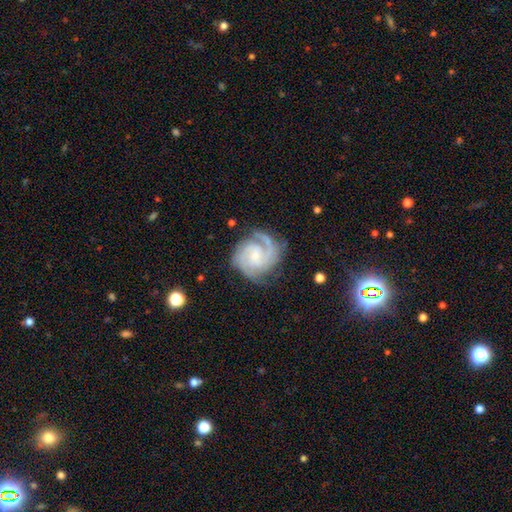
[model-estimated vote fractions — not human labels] Morphology: type=featured or disk (90%); edge-on=no (98%); bar=no (55%); spiral arms=yes (98%); winding=tight (57%); arm count=2 (53%); bulge=small (67%); merging=none (73%).